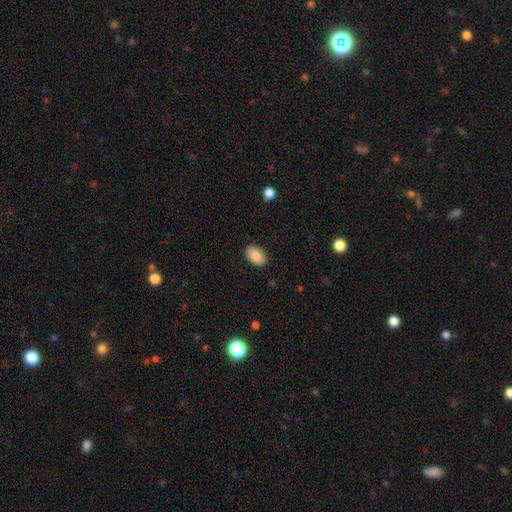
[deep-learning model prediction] smooth 84%, featured or disk 10%, star or artifact 7%. Down the decision tree: how rounded — in between (90%); merging — none (88%).